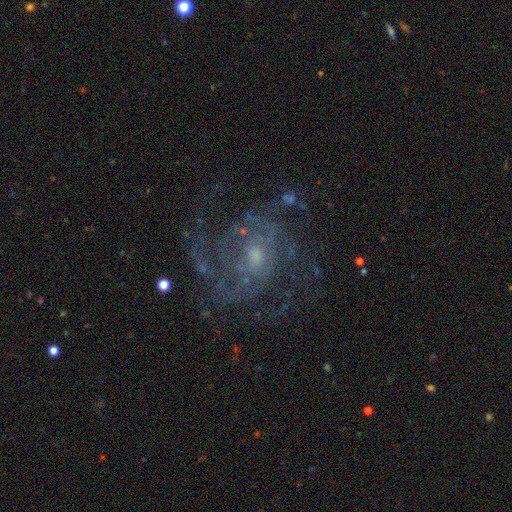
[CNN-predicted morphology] Smooth or featured? Predicted: featured or disk (p=0.82). Edge-on disk? Predicted: no (p=0.98). Bar? Predicted: no (p=0.63). Spiral arms? Predicted: yes (p=0.86). Spiral winding? Predicted: medium (p=0.43). Spiral arm count? Predicted: can't tell (p=0.35). Bulge size? Predicted: small (p=0.59). Merging? Predicted: none (p=0.63).